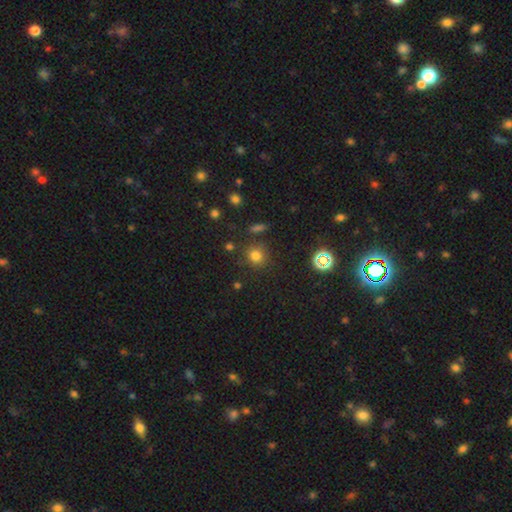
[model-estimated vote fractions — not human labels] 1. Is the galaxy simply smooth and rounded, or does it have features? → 73% smooth, 20% star or artifact, 7% featured or disk.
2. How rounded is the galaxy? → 88% round, 11% in between, 1% cigar-shaped.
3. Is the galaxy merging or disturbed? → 82% none, 10% minor disturbance, 5% merger, 4% major disturbance.